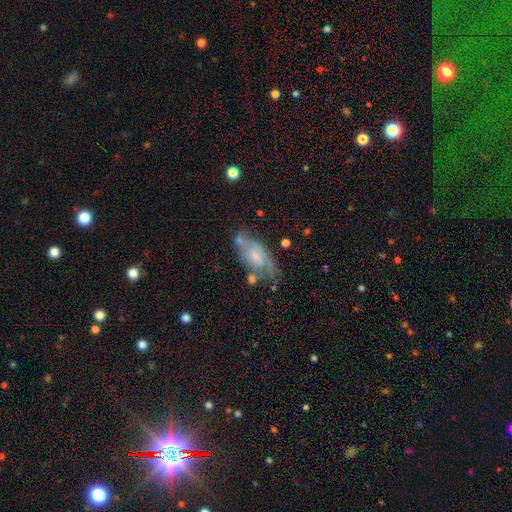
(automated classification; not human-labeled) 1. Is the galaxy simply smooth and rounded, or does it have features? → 60% featured or disk, 32% smooth, 7% star or artifact.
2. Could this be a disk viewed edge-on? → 89% no, 11% yes.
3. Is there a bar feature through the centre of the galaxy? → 60% no, 34% weak, 6% strong.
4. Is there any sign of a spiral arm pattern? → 74% yes, 26% no.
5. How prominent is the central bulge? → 40% small (tied), 40% moderate (tied), 12% none, 7% large, 1% dominant.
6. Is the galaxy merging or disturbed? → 53% none, 26% minor disturbance, 13% major disturbance, 8% merger.